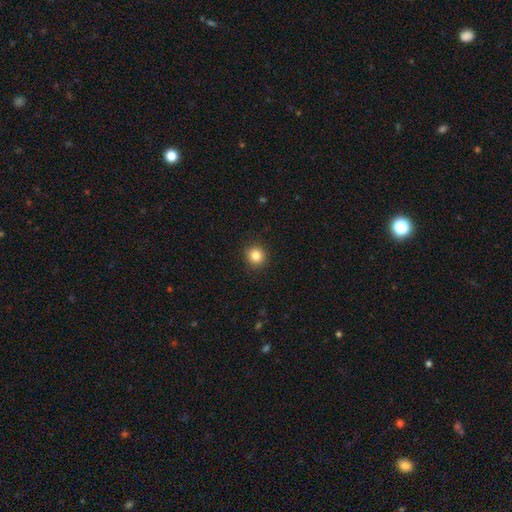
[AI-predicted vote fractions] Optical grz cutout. It shows a smooth galaxy with no disk features (84%) that is round (91%). Merging: none (91%).